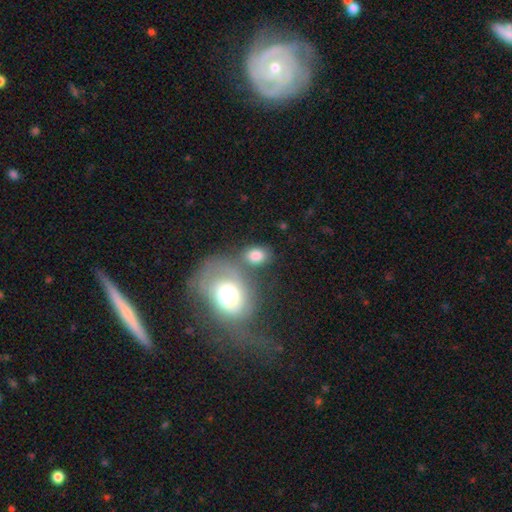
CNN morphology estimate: This appears to be a smooth galaxy with no disk features (78%) that is in between round and cigar-shaped (63%). Merging: none (49%).